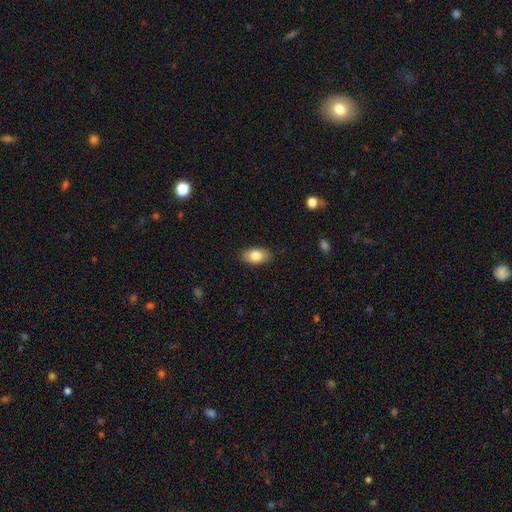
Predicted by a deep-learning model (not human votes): smooth_or_featured: smooth (p=0.81) [alt: featured or disk p=0.11]
how_rounded: in between (p=0.91) [alt: round p=0.07]
merging: none (p=0.87) [alt: minor disturbance p=0.10]